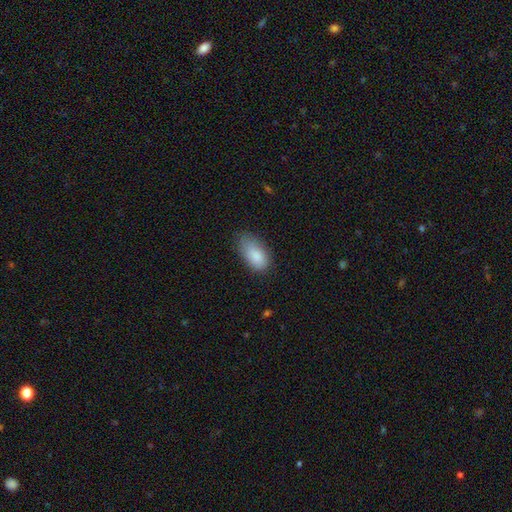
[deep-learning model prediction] Smooth or featured: smooth — 86% (featured or disk — 7%)
How rounded: in between — 93% (round — 3%)
Merging: none — 60% (minor disturbance — 30%)